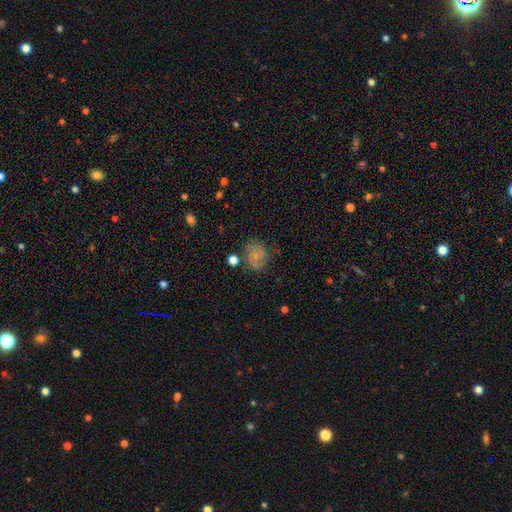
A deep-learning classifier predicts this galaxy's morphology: Smooth or featured? Predicted: smooth (p=0.46). Merging? Predicted: none (p=0.65).